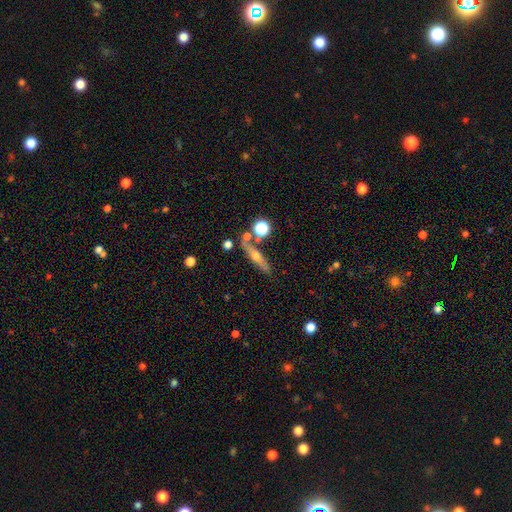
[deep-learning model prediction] Morphology: type=featured or disk (55%); edge-on=yes (86%); merging=none (71%).